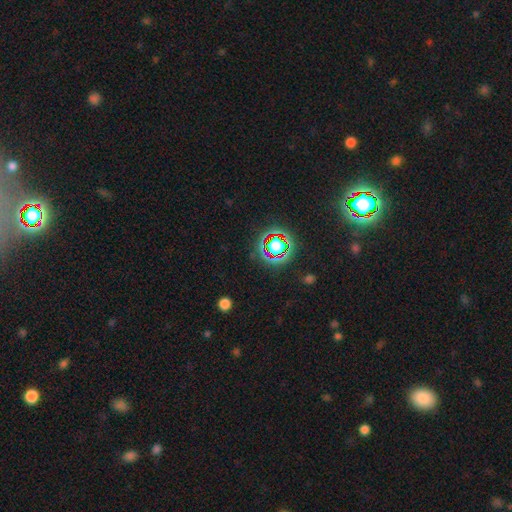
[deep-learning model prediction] star or artifact 77%, smooth 14%, featured or disk 9%.